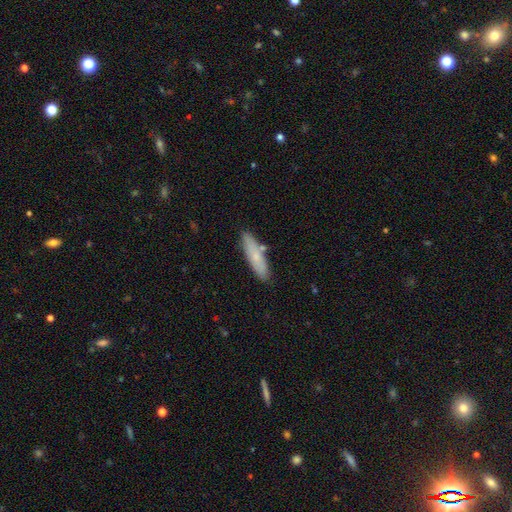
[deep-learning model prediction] Morphology: type=smooth (72%); roundness=cigar-shaped (72%); merging=none (81%).